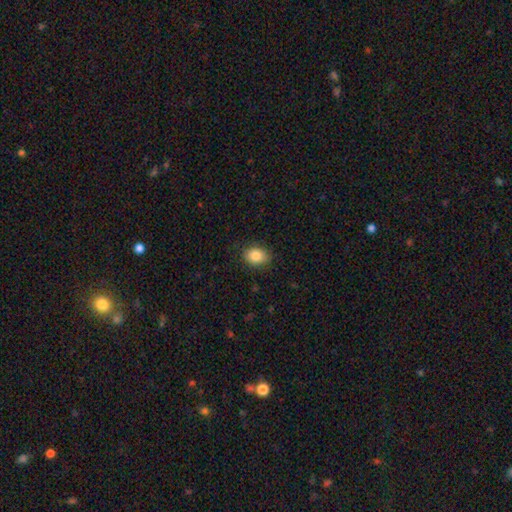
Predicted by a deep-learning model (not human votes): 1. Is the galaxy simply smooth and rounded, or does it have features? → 85% smooth, 9% star or artifact, 6% featured or disk.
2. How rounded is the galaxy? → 68% in between, 31% round, 1% cigar-shaped.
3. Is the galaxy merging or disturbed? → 86% none, 10% minor disturbance, 2% major disturbance, 1% merger.